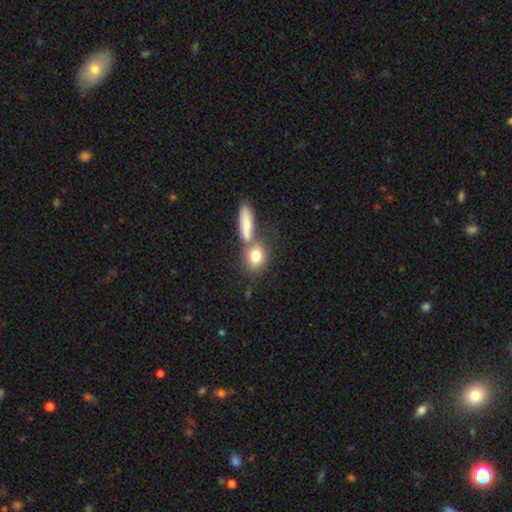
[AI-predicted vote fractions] A smooth galaxy with no disk features (79%) that is in between round and cigar-shaped (51%).

Vote fractions:
- Smooth or featured? smooth: 79% / featured or disk: 12% / star or artifact: 8%
- How rounded? in between: 51% / round: 43% / cigar-shaped: 6%
- Merging? none: 46% / merger: 39% / minor disturbance: 11% / major disturbance: 5%